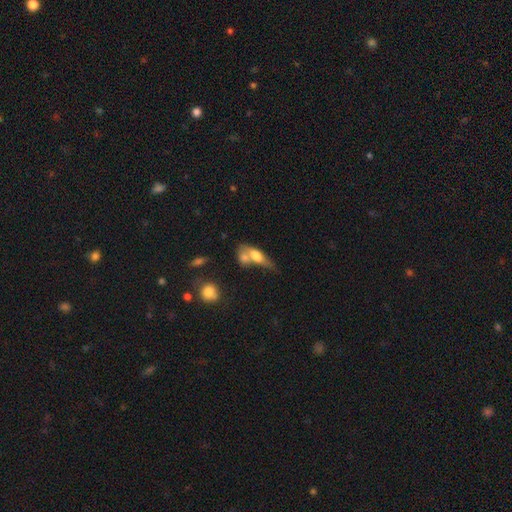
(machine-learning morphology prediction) Smooth or featured? smooth (59%)
How rounded? in between (63%)
Merging? merger (54%)